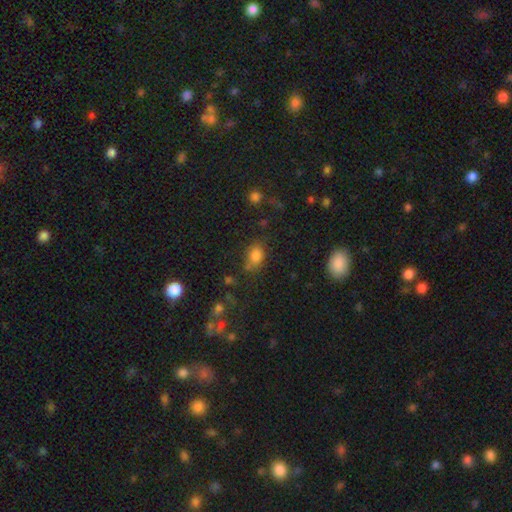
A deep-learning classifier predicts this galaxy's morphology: This is likely a smooth galaxy (78%). How rounded: likely in between (74%). Merging: likely none (64%).